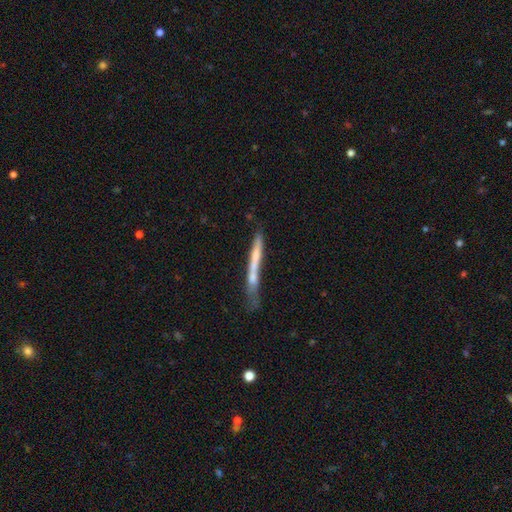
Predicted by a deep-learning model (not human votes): Morphology: type=featured or disk (48%); merging=none (50%).